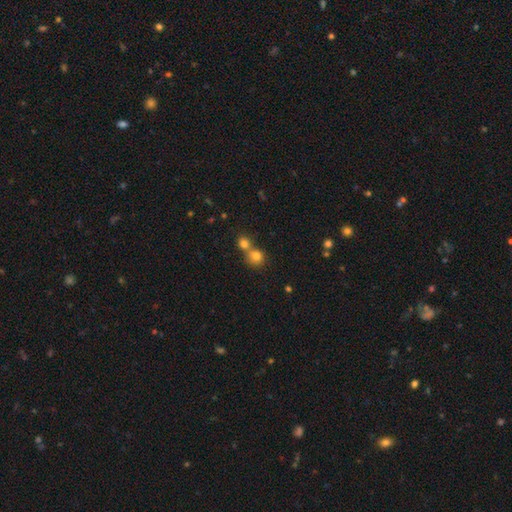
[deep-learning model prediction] Smooth or featured? smooth (78%)
How rounded? round (86%)
Merging? merger (48%)